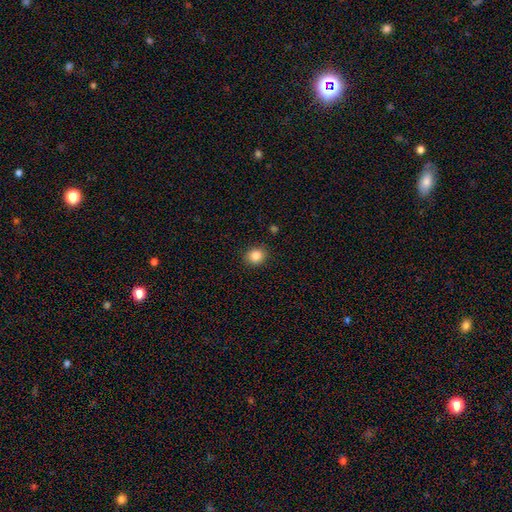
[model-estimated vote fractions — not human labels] The model was most divided on "how rounded": round: 75%, in between: 24%, cigar-shaped: 1%. More confident: merging — none (89%); smooth or featured — smooth (85%).